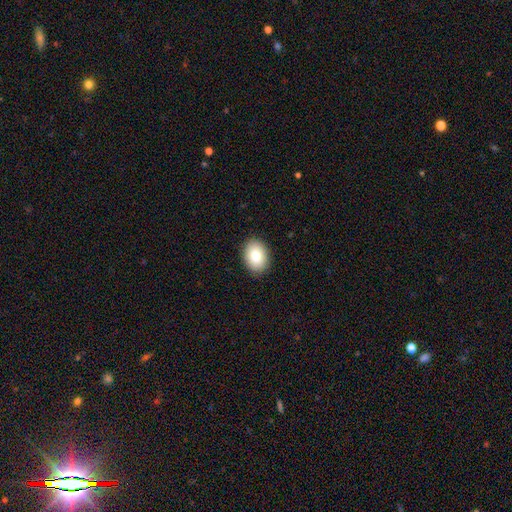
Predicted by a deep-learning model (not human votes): Smooth or featured? Predicted: smooth (p=0.84). How rounded? Predicted: in between (p=0.72). Merging? Predicted: none (p=0.90).